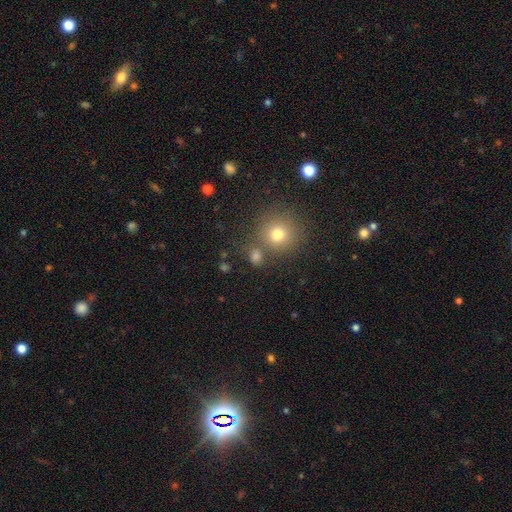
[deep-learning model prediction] This appears to be a smooth galaxy with no disk features (70%) that is round (79%). Merging: none (69%).